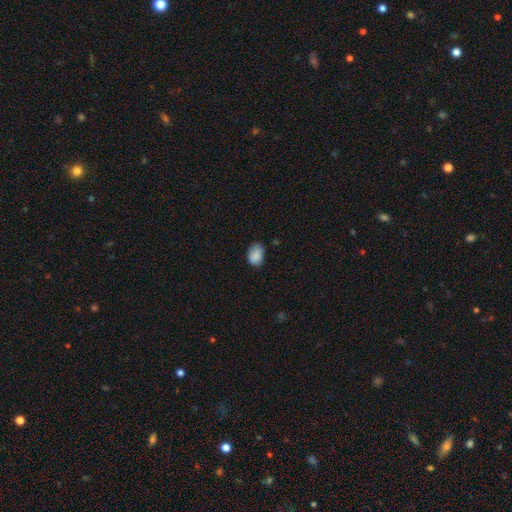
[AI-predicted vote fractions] Overall: smooth (87%). How rounded: in between (79%). Merging: none (69%).